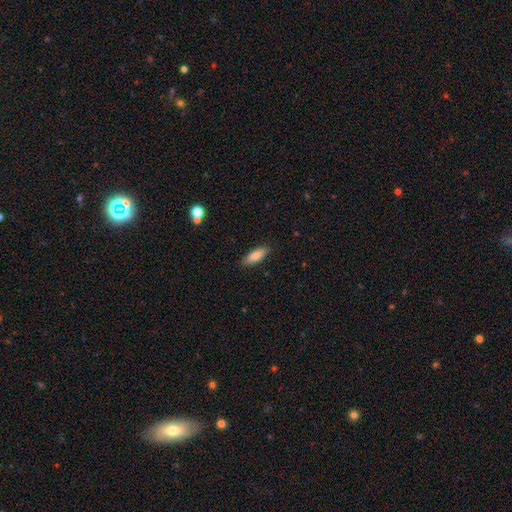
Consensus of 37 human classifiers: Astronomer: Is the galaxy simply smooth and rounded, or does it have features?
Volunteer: smooth — 76%.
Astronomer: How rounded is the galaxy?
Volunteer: in between — 68%.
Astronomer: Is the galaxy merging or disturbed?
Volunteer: none — 88%.